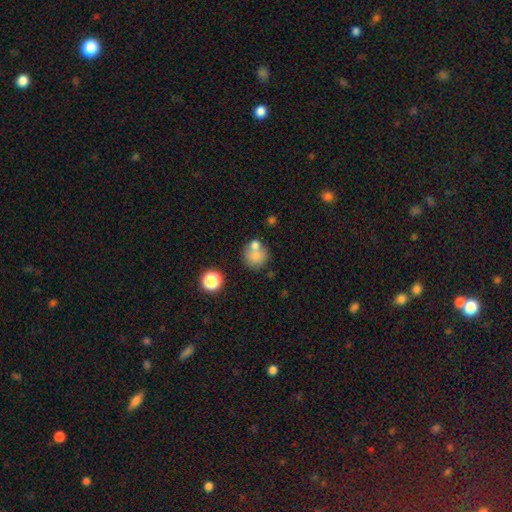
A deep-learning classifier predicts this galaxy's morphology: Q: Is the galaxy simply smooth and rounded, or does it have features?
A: smooth — 75%.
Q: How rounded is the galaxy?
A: round — 87%.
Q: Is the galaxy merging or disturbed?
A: none — 52%.